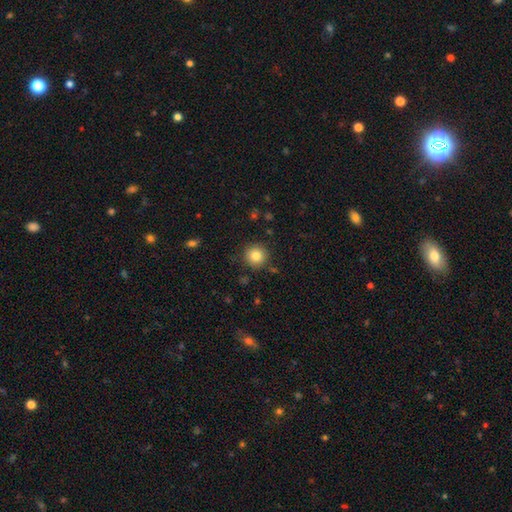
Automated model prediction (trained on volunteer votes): A smooth galaxy with no disk features (83%) that is round (94%). Merging: none (89%).